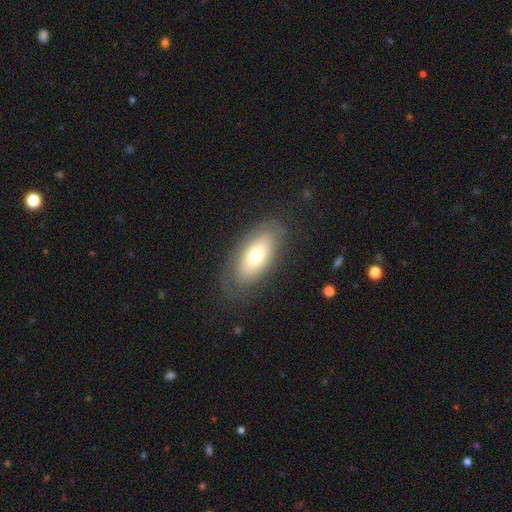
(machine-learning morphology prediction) Smooth or featured? Predicted: smooth (p=0.61). How rounded? Predicted: in between (p=0.88). Merging? Predicted: none (p=0.77).